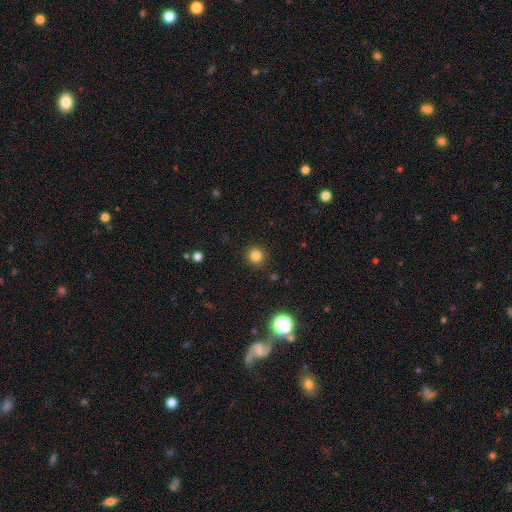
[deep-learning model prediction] This is clearly a smooth galaxy (82%). How rounded: clearly round (94%). Merging: clearly none (91%).